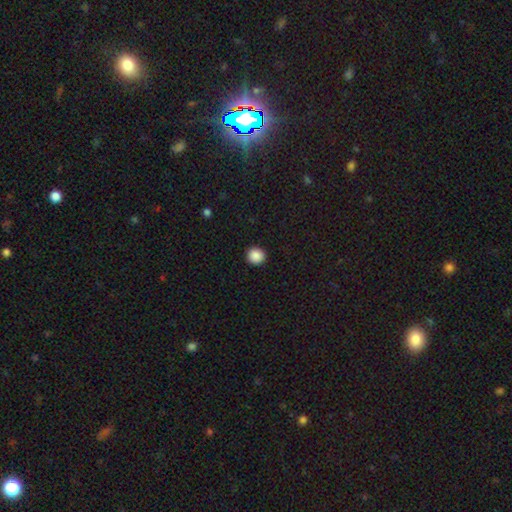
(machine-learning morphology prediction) Overall: smooth (89%). How rounded: round (94%). Merging: none (93%).